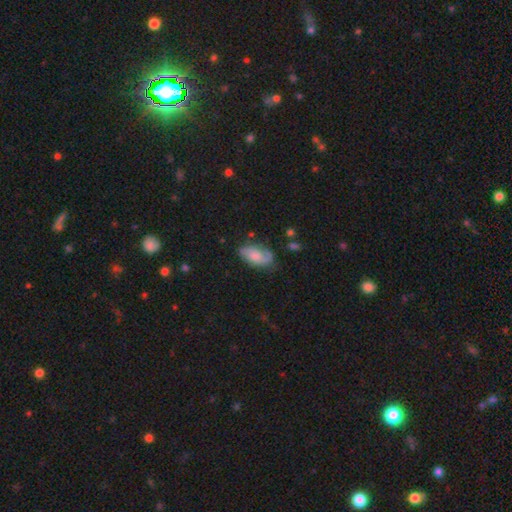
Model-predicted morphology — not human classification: Smooth or featured? featured or disk (56%)
Edge-on disk? no (95%)
Bar? no (62%)
Spiral arms? yes (89%)
Bulge size? moderate (30%)
Merging? none (67%)